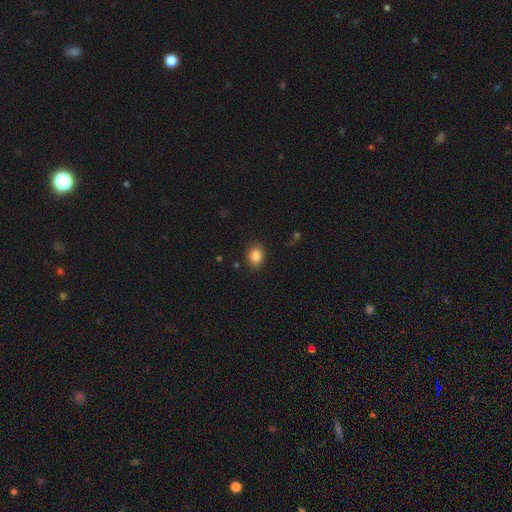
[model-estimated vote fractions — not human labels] smooth_or_featured: smooth (p=0.85) [alt: star or artifact p=0.10]
how_rounded: round (p=0.51) [alt: in between p=0.48]
merging: none (p=0.87) [alt: minor disturbance p=0.10]